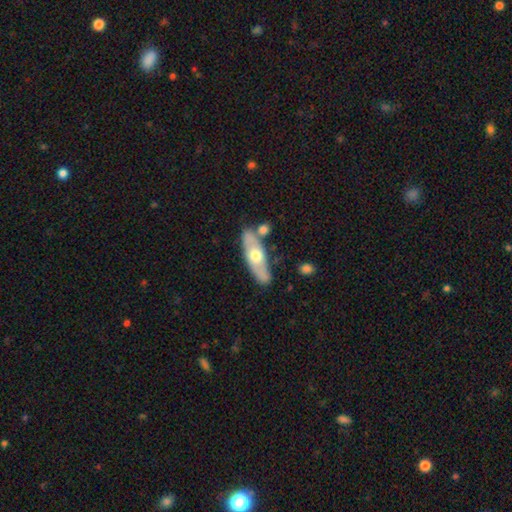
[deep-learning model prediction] Smooth or featured?
  - featured or disk: 53% *
  - smooth: 42%
  - star or artifact: 5%
Edge-on disk?
  - no: 57% *
  - yes: 43%
Merging?
  - none: 74% *
  - minor disturbance: 14%
  - merger: 9%
  - major disturbance: 3%